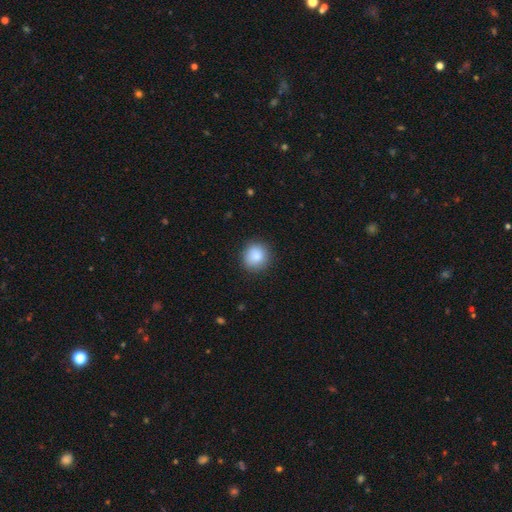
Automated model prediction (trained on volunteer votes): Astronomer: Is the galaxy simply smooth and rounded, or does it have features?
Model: smooth — 86%.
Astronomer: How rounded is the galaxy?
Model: round — 89%.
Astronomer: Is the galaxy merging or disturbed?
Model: none — 89%.